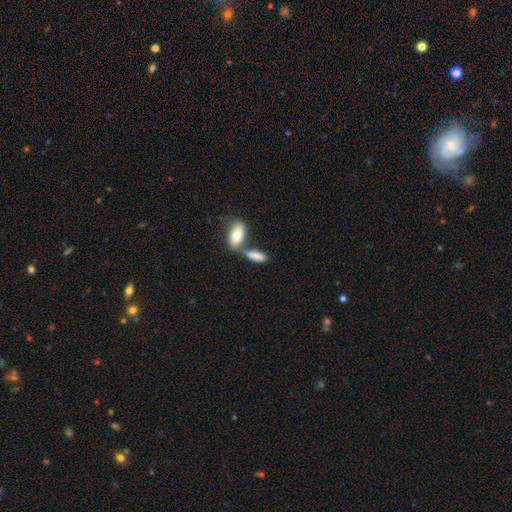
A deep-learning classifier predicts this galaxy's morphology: type=smooth (82%); roundness=in between (70%); merging=merger (47%).